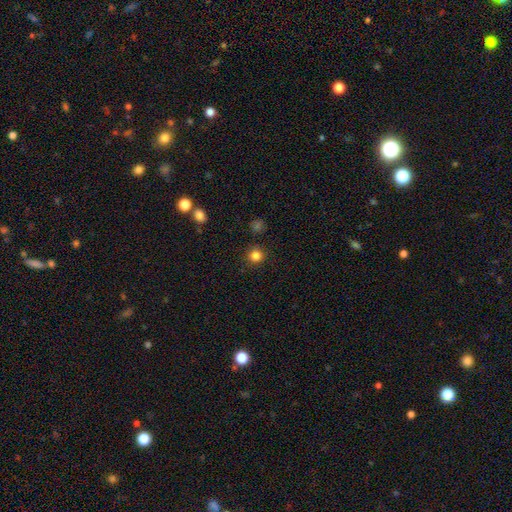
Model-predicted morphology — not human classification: This is clearly a smooth galaxy (82%). How rounded: clearly round (93%). Merging: clearly none (88%).